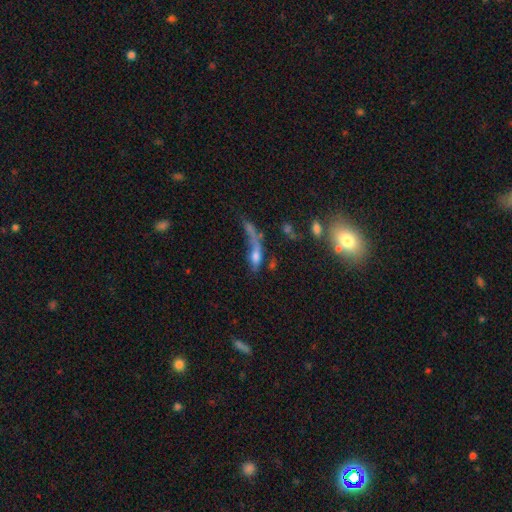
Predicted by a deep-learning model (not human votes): This appears to be a smooth galaxy with no disk features (54%) that is in between round and cigar-shaped (47%). Merging: major disturbance (30%).